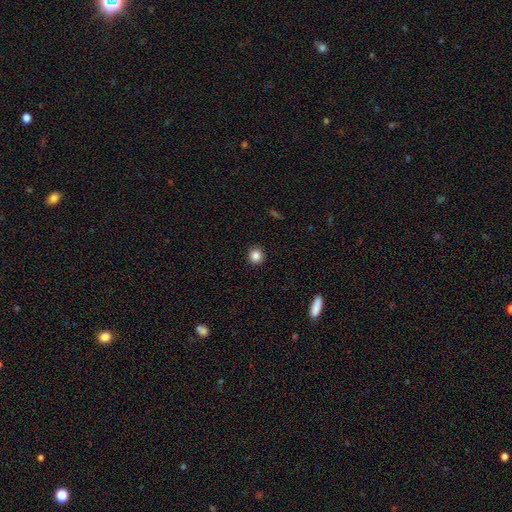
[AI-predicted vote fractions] smooth 85%, star or artifact 11%, featured or disk 4%. Down the decision tree: how rounded — round (90%); merging — none (92%).